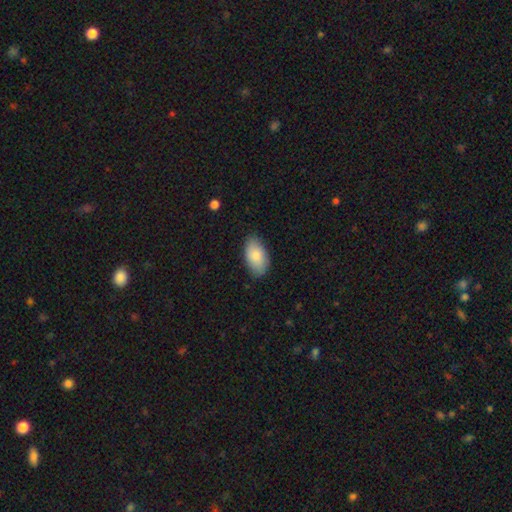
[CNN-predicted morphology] Smooth or featured? Predicted: smooth (p=0.84). How rounded? Predicted: in between (p=0.95). Merging? Predicted: none (p=0.82).